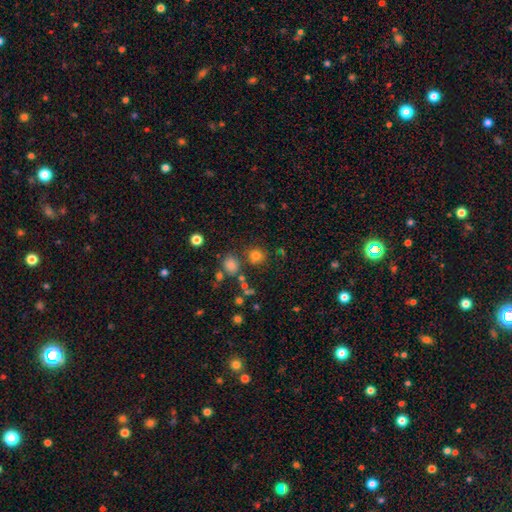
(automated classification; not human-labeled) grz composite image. It shows a smooth galaxy with no disk features (77%) that is round (85%). Merging: none (74%).